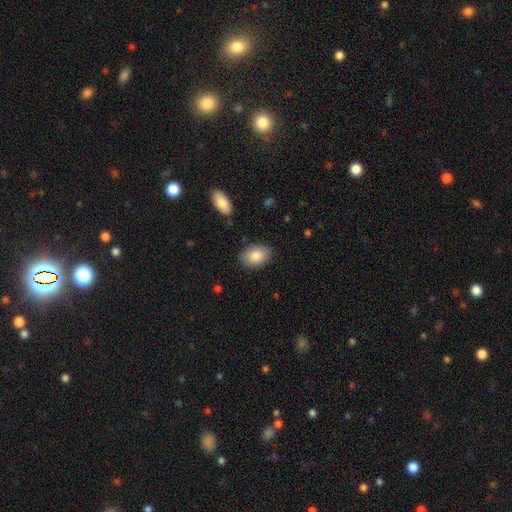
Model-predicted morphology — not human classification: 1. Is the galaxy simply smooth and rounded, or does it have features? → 86% smooth, 7% featured or disk, 7% star or artifact.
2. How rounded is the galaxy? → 87% in between, 12% round, 1% cigar-shaped.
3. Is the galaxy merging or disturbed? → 84% none, 12% minor disturbance, 3% major disturbance, 1% merger.